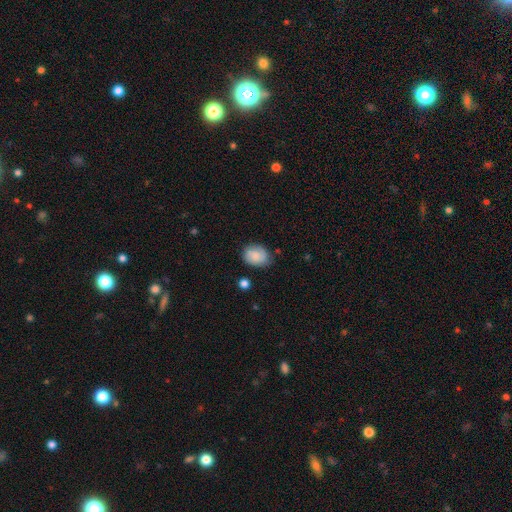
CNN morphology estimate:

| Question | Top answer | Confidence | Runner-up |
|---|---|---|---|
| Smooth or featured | smooth | 67% | featured or disk (26%) |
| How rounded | in between | 60% | round (39%) |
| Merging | none | 72% | minor disturbance (20%) |